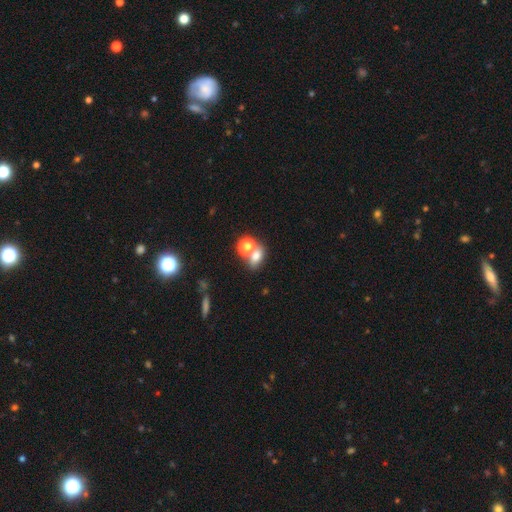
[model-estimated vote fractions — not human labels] Smooth or featured: smooth — 71% (star or artifact — 16%)
How rounded: in between — 65% (round — 32%)
Merging: none — 44% (merger — 42%)